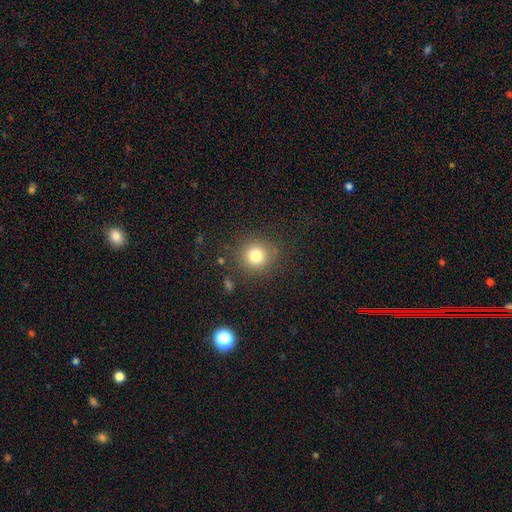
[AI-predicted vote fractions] Morphology: type=smooth (79%); roundness=round (91%); merging=none (85%).